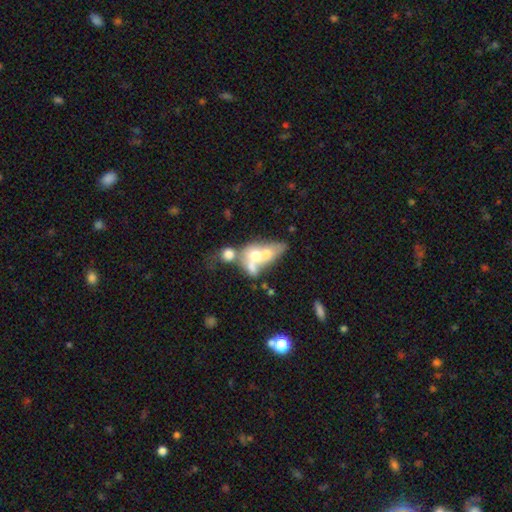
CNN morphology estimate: type=smooth (50%); roundness=in between (65%); merging=merger (72%).